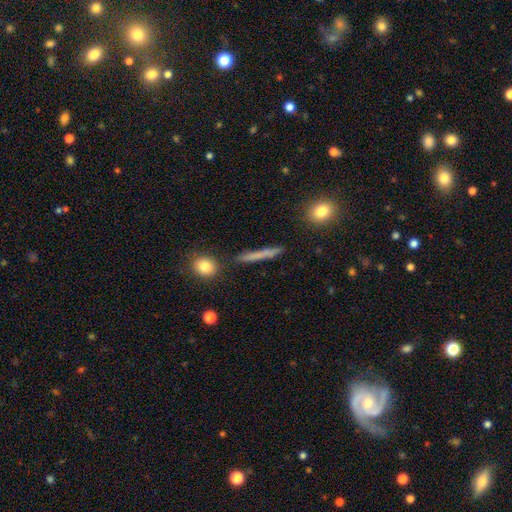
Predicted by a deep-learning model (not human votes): Q: Smooth or featured?
A: smooth (40%); runner-up: featured or disk (35%)
Q: Merging?
A: none (80%); runner-up: minor disturbance (10%)